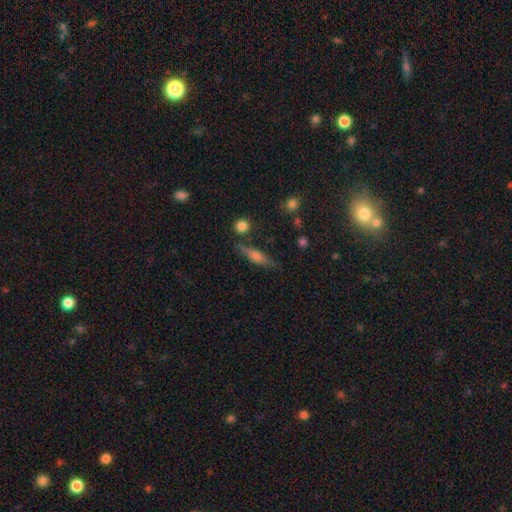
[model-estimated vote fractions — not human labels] Smooth or featured: featured or disk — 45% (tied with smooth — 45%)
Merging: none — 79% (minor disturbance — 13%)